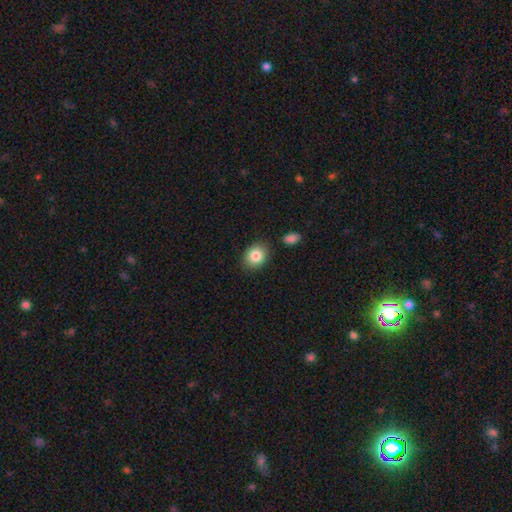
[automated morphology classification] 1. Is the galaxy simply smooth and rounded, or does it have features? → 85% smooth, 8% star or artifact, 7% featured or disk.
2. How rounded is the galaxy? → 52% round, 47% in between, 1% cigar-shaped.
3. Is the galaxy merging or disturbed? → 83% none, 10% minor disturbance, 4% merger, 3% major disturbance.